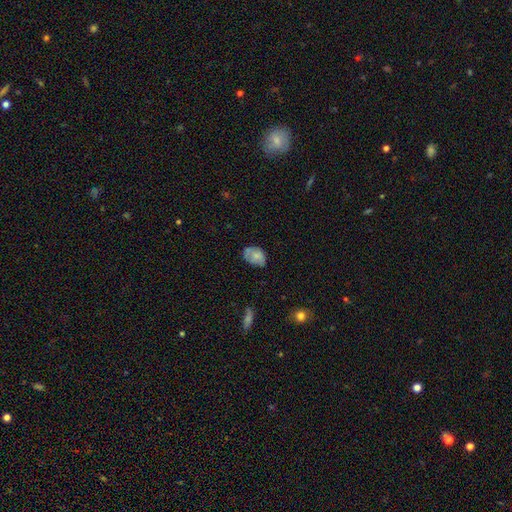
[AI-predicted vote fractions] Q: Smooth or featured?
A: smooth (70%); runner-up: featured or disk (21%)
Q: How rounded?
A: in between (79%); runner-up: round (19%)
Q: Merging?
A: none (52%); runner-up: minor disturbance (35%)